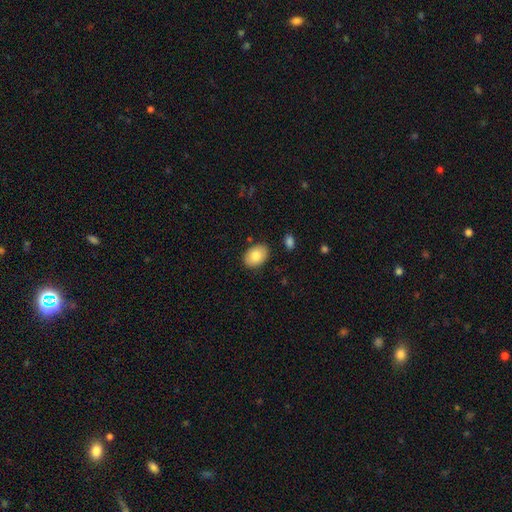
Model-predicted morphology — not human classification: Smooth or featured? smooth (81%)
How rounded? in between (80%)
Merging? none (86%)